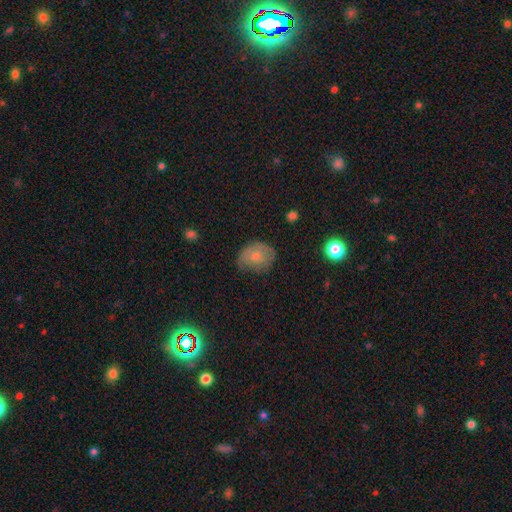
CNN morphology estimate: smooth_or_featured: smooth (p=0.71) [alt: featured or disk p=0.20]
how_rounded: in between (p=0.50) [alt: round p=0.49]
merging: none (p=0.57) [alt: minor disturbance p=0.32]